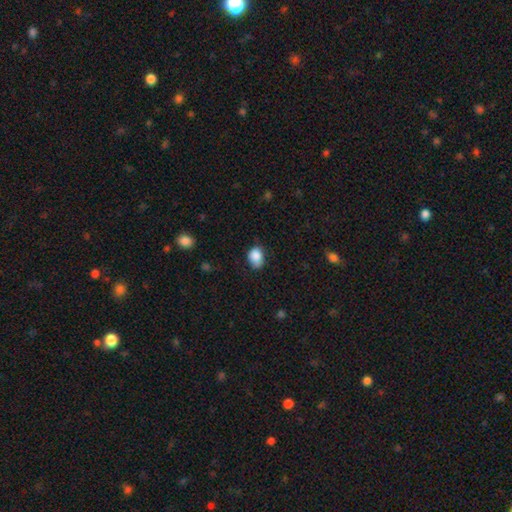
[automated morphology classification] Q: Smooth or featured?
A: smooth (86%); runner-up: star or artifact (8%)
Q: How rounded?
A: in between (63%); runner-up: round (36%)
Q: Merging?
A: none (59%); runner-up: minor disturbance (32%)